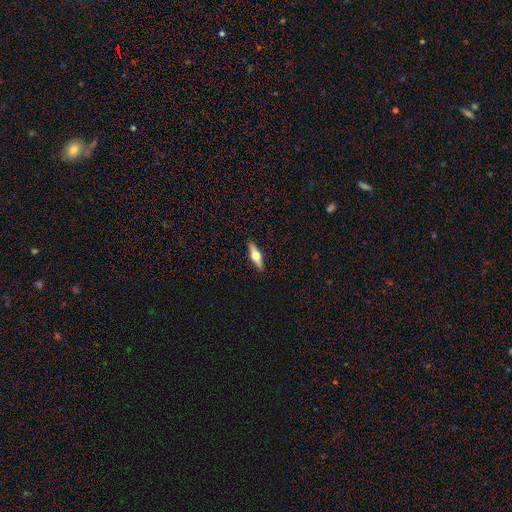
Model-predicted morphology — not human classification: This appears to be a featured or disk galaxy (55%) viewed edge-on (94%) with a rounded central bulge (94%). Merging: none (89%).